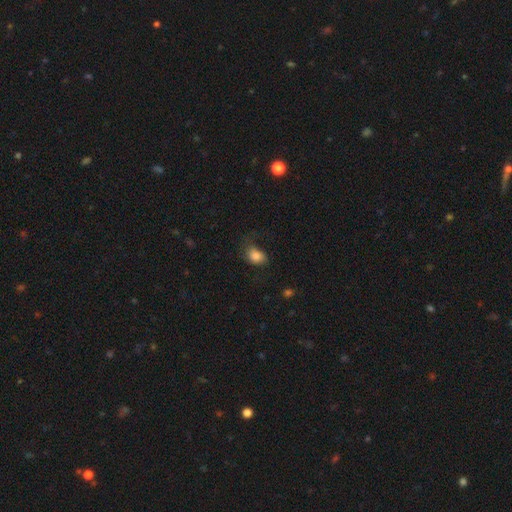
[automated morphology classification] Overall: smooth (83%). How rounded: in between (73%). Merging: none (58%; minor disturbance 26%).